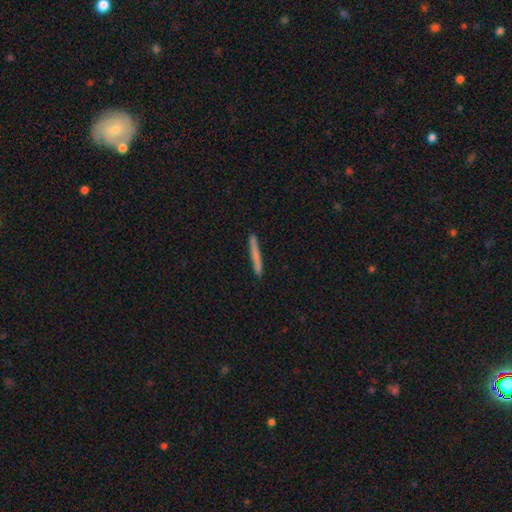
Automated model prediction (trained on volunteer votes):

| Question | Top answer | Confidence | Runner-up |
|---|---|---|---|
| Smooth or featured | smooth | 68% | featured or disk (25%) |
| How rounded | cigar-shaped | 97% | in between (2%) |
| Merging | none | 88% | minor disturbance (9%) |